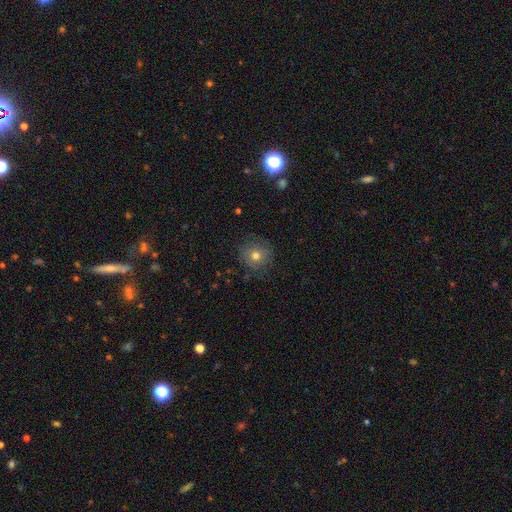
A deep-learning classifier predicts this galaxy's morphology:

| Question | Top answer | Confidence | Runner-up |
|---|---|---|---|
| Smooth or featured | smooth | 68% | featured or disk (19%) |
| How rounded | round | 90% | in between (9%) |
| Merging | none | 80% | minor disturbance (14%) |